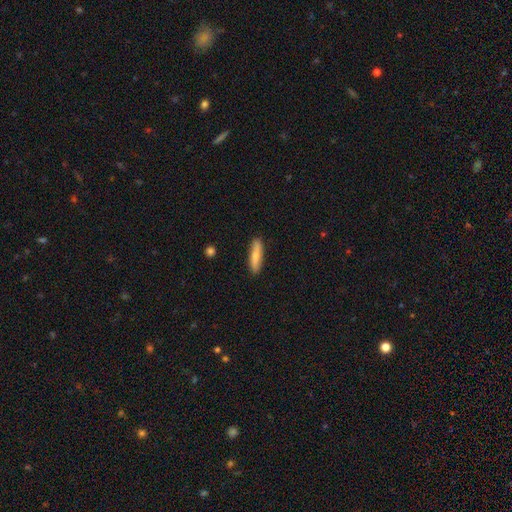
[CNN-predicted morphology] smooth_or_featured: smooth (p=0.73) [alt: featured or disk p=0.22]
how_rounded: cigar-shaped (p=0.75) [alt: in between p=0.23]
merging: none (p=0.87) [alt: minor disturbance p=0.10]